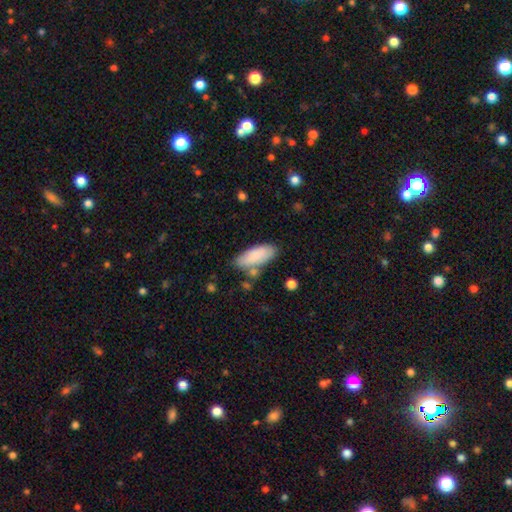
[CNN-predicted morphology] This is clearly a smooth galaxy (85%). How rounded: likely in between (78%). Merging: likely none (71%).